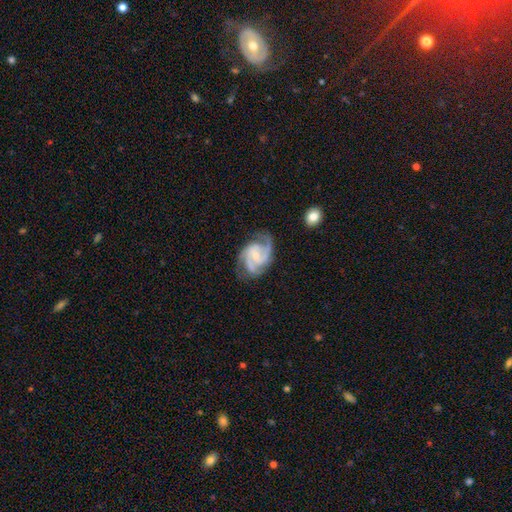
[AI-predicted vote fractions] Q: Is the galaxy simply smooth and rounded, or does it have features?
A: featured or disk — 90%.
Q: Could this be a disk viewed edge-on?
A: no — 98%.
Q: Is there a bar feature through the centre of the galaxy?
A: no — 54%.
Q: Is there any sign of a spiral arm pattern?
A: yes — 98%.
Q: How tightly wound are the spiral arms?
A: medium — 52%.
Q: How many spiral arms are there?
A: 3 — 50%.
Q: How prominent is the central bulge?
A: small — 68%.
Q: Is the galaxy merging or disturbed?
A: none — 68%.